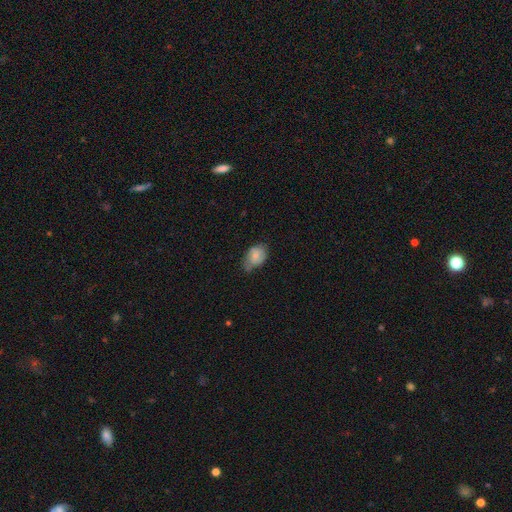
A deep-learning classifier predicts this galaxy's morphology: smooth_or_featured: smooth (p=0.70) [alt: featured or disk p=0.22]
how_rounded: in between (p=0.82) [alt: round p=0.17]
merging: none (p=0.50) [alt: minor disturbance p=0.38]